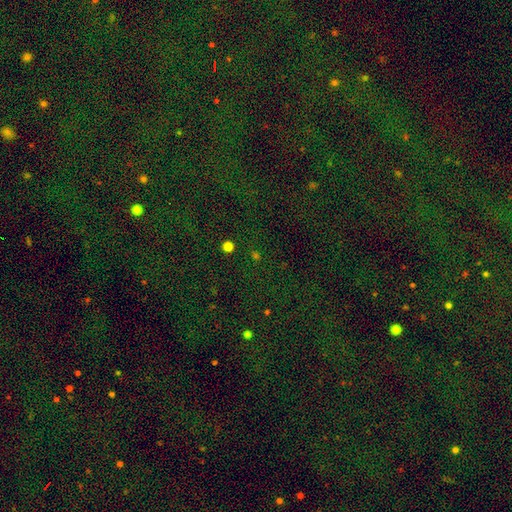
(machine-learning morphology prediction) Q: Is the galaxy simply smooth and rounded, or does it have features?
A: star or artifact — 69%.